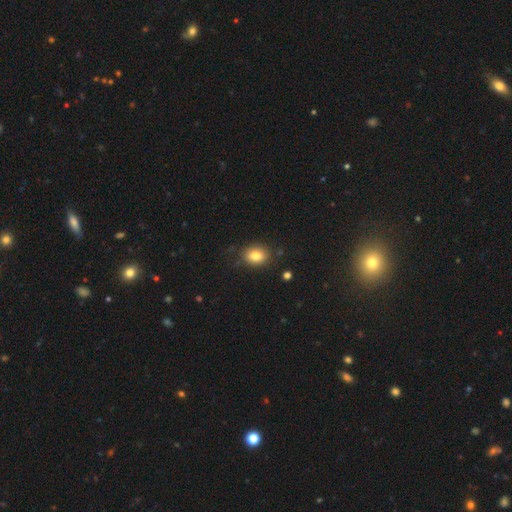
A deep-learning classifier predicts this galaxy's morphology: A smooth galaxy with no disk features (82%) that is in between round and cigar-shaped (60%). Merging: none (82%).